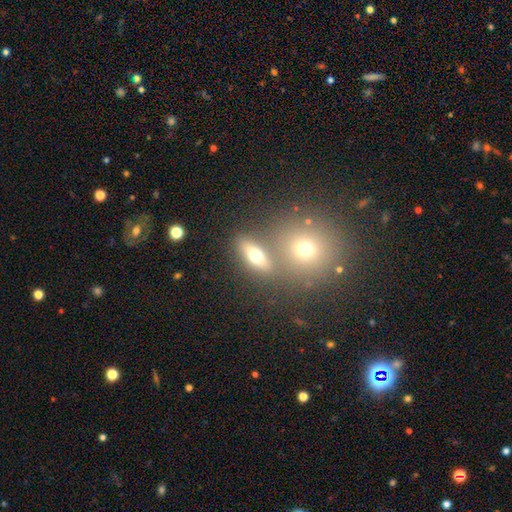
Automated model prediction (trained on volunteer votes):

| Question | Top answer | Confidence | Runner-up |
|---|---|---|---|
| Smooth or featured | smooth | 67% | featured or disk (20%) |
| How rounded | in between | 59% | round (23%) |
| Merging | none | 66% | merger (20%) |